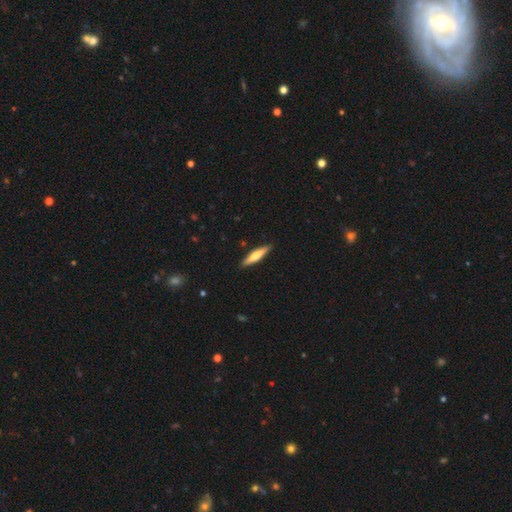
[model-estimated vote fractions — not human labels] Overall: smooth (62%; featured or disk 33%). How rounded: cigar-shaped (84%). Merging: none (89%).